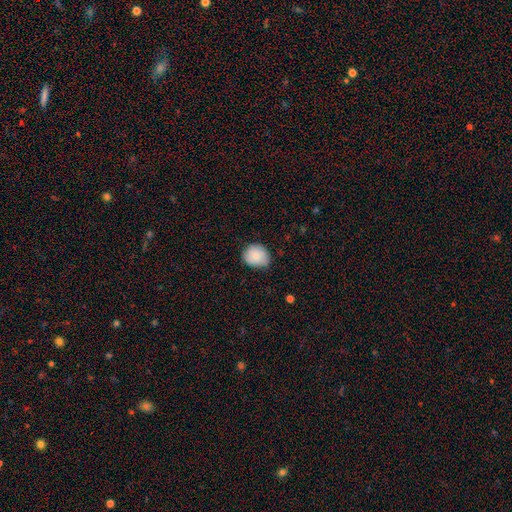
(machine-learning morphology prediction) Smooth or featured?
  - smooth: 82% *
  - featured or disk: 10%
  - star or artifact: 7%
How rounded?
  - round: 68% *
  - in between: 31%
  - cigar-shaped: 1%
Merging?
  - none: 66% *
  - minor disturbance: 29%
  - major disturbance: 4%
  - merger: 1%